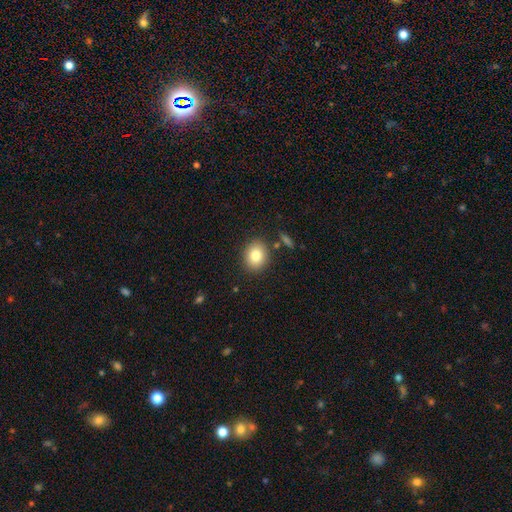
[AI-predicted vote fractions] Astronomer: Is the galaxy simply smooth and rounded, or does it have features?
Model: smooth — 82%.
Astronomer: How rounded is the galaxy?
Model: round — 61% (runner-up: in between, 38%).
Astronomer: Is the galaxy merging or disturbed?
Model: none — 85%.